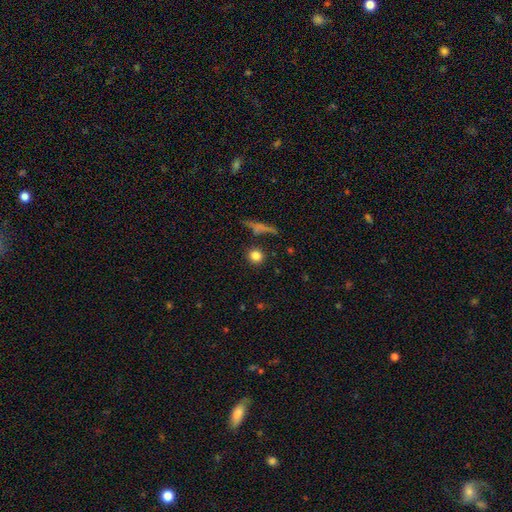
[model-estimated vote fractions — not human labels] A smooth galaxy with no disk features (81%) that is round (89%).

Vote fractions:
- Smooth or featured? smooth: 81% / star or artifact: 11% / featured or disk: 8%
- How rounded? round: 89% / in between: 9% / cigar-shaped: 2%
- Merging? none: 84% / minor disturbance: 8% / merger: 5% / major disturbance: 3%